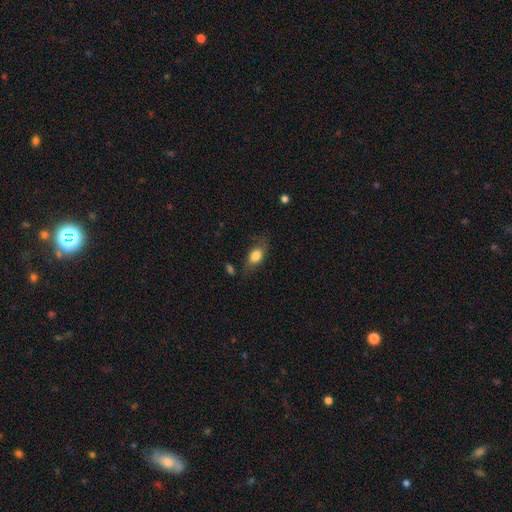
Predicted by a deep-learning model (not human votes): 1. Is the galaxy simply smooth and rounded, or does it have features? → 79% smooth, 13% featured or disk, 8% star or artifact.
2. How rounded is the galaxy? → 77% in between, 18% round, 5% cigar-shaped.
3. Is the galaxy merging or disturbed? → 63% none, 25% minor disturbance, 10% major disturbance, 3% merger.